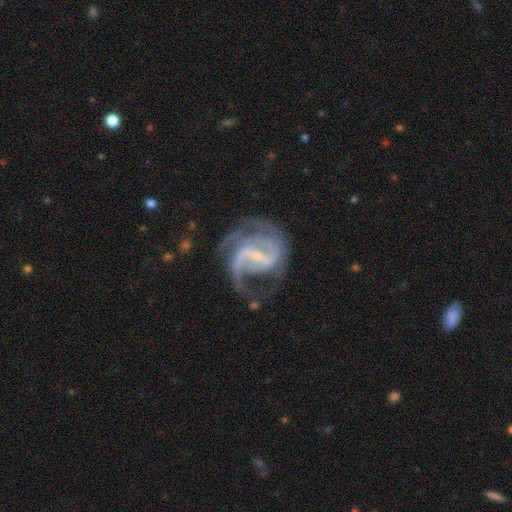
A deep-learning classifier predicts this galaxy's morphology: The model was most divided on "bar": strong: 47%, weak: 41%, no: 12%. Remaining: edge-on disk — no (98%); spiral arms — yes (97%); smooth or featured — featured or disk (90%); bulge size — small (72%); spiral winding — medium (53%); merging — none (53%); spiral arm count — 2 (48%).